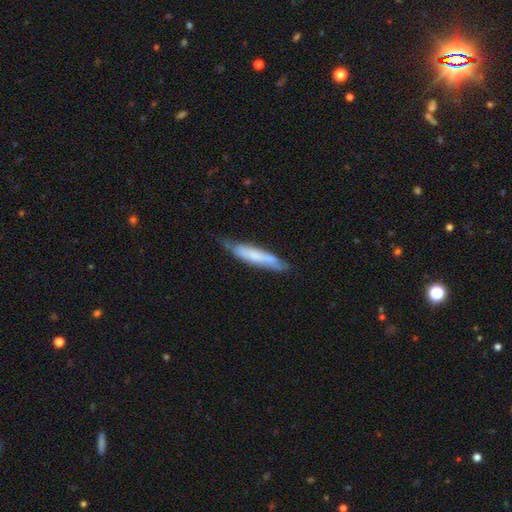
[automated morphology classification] This appears to be a smooth galaxy with no disk features (58%) that is cigar-shaped (87%). Merging: none (67%).